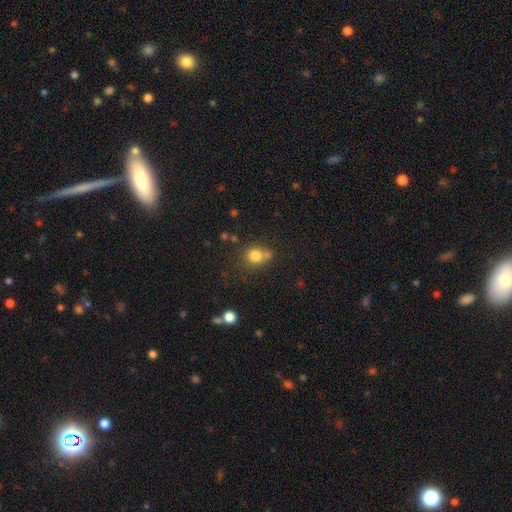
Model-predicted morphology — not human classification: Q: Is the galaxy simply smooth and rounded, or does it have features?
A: smooth — 79%.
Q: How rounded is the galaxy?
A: round — 77%.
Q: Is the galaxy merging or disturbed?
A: none — 58%.